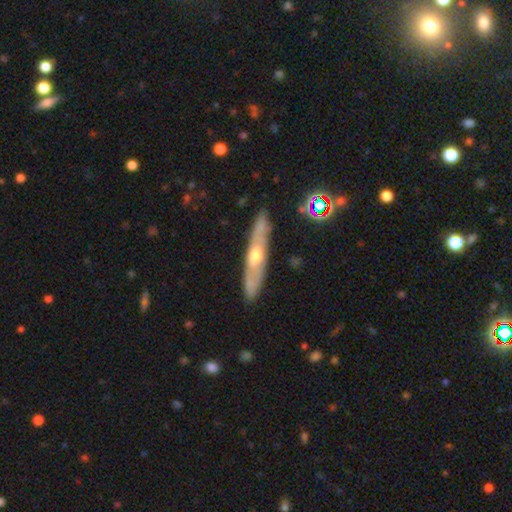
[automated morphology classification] type=featured or disk (64%); edge-on=yes (73%); merging=none (85%).